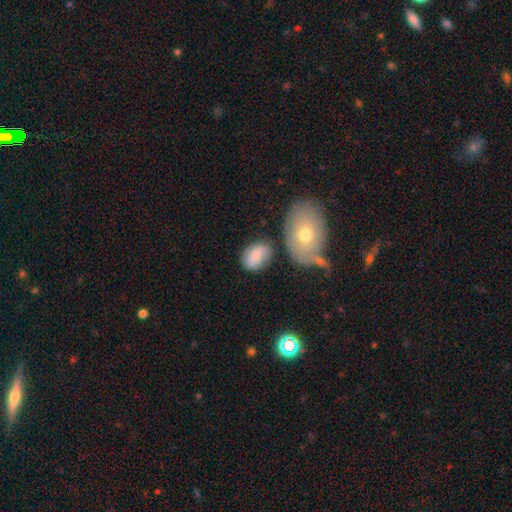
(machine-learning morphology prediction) A smooth galaxy with no disk features (75%) that is in between round and cigar-shaped (86%). Merging: none (65%).